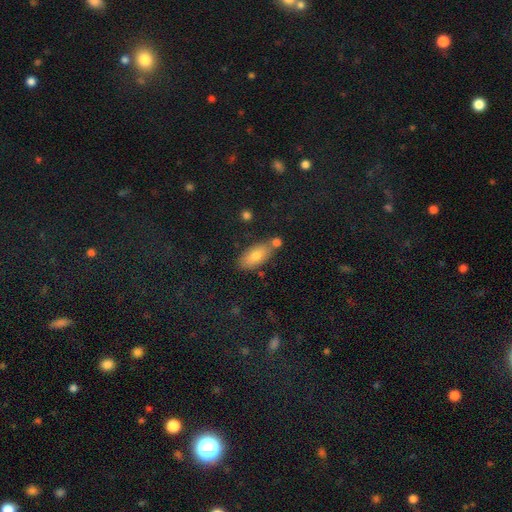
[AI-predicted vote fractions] Q: Smooth or featured?
A: smooth (69%); runner-up: star or artifact (16%)
Q: How rounded?
A: in between (83%); runner-up: cigar-shaped (12%)
Q: Merging?
A: none (77%); runner-up: minor disturbance (12%)